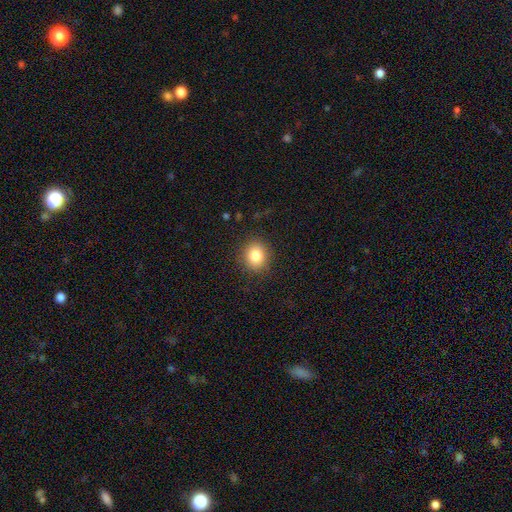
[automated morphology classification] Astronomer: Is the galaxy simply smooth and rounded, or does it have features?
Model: smooth — 83%.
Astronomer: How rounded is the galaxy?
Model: round — 74%.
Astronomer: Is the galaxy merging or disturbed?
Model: none — 88%.